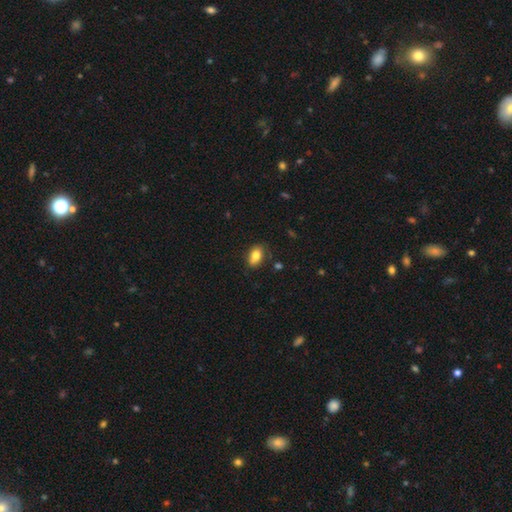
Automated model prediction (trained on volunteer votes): Overall: smooth (79%). How rounded: in between (86%). Merging: none (70%).